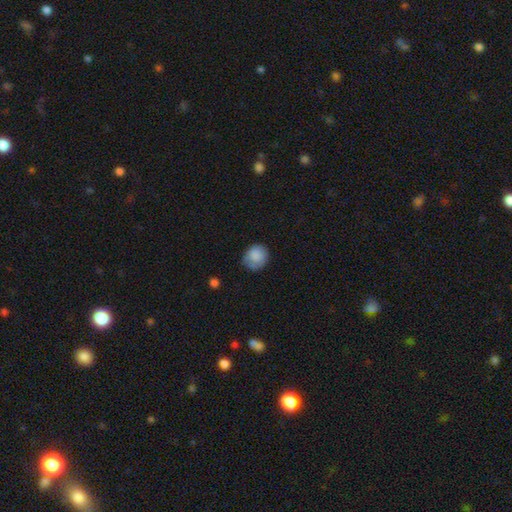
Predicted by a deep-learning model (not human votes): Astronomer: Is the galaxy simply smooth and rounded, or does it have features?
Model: smooth — 84%.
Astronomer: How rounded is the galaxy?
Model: round — 78%.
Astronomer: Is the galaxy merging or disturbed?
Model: none — 62%.